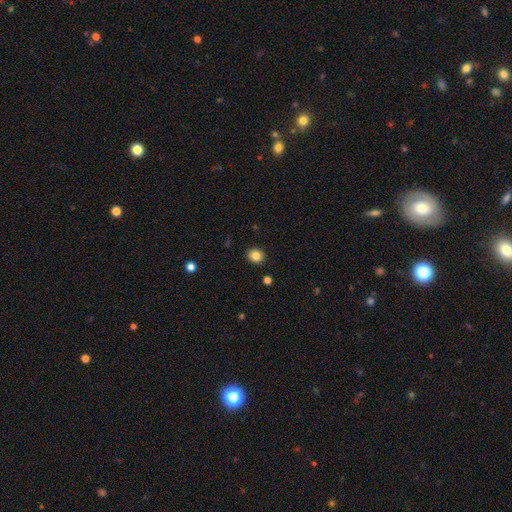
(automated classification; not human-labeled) This appears to be a smooth galaxy with no disk features (85%) that is round (71%). Merging: none (90%).